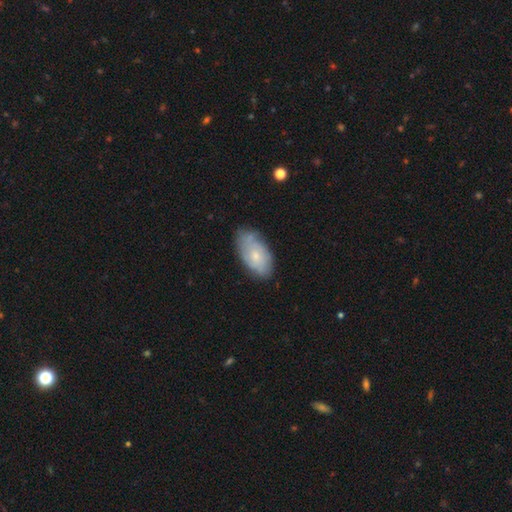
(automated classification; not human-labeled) Smooth or featured?
  - smooth: 52% *
  - featured or disk: 42%
  - star or artifact: 6%
How rounded?
  - in between: 93% *
  - cigar-shaped: 4%
  - round: 3%
Merging?
  - none: 67% *
  - minor disturbance: 26%
  - major disturbance: 6%
  - merger: 2%